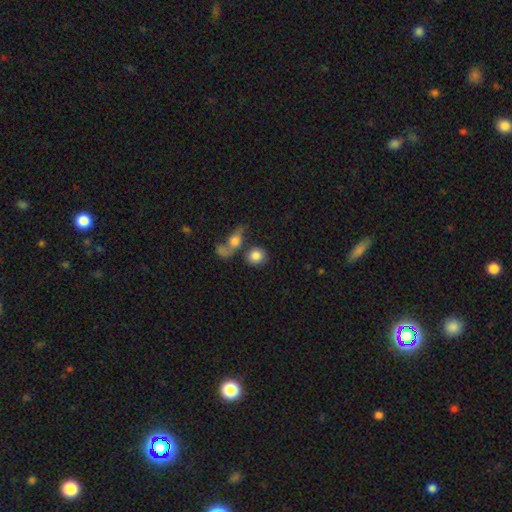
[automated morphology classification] This is clearly a smooth galaxy (83%). How rounded: likely round (74%). Merging: possibly none (58%).